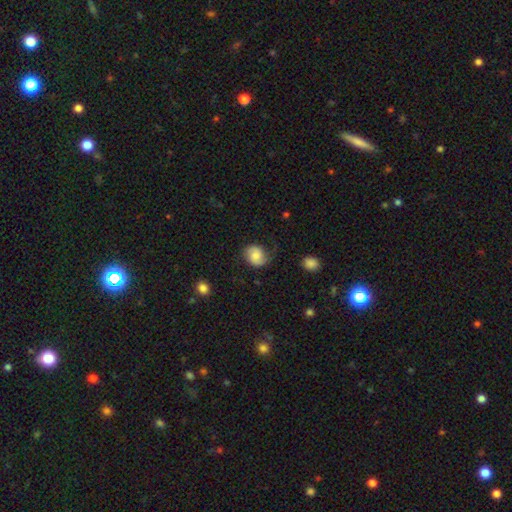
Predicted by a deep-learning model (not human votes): Smooth or featured? Predicted: smooth (p=0.63). How rounded? Predicted: round (p=0.58). Merging? Predicted: none (p=0.59).